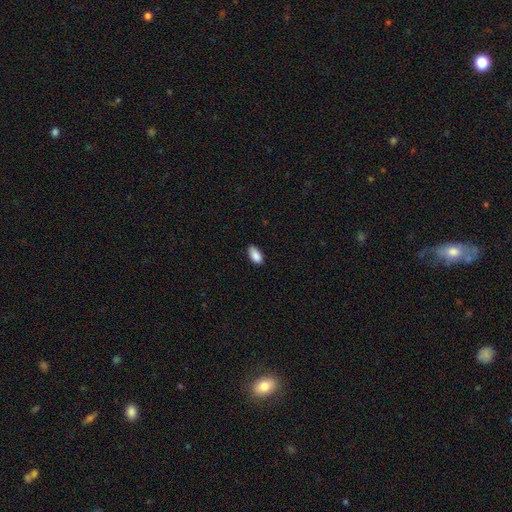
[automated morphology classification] This is clearly a smooth galaxy (89%). How rounded: clearly in between (92%). Merging: likely none (76%).